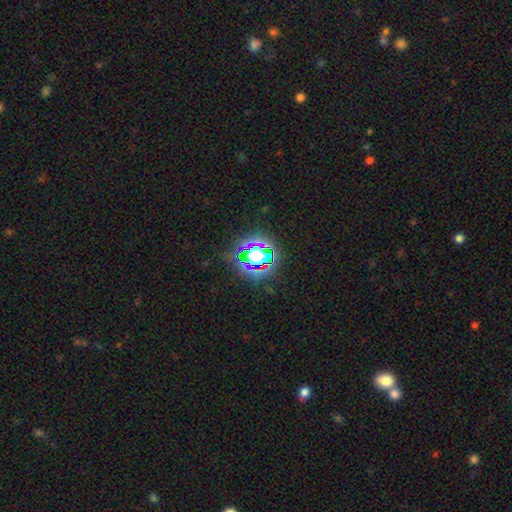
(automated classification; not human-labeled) star or artifact 57%, smooth 27%, featured or disk 16%.